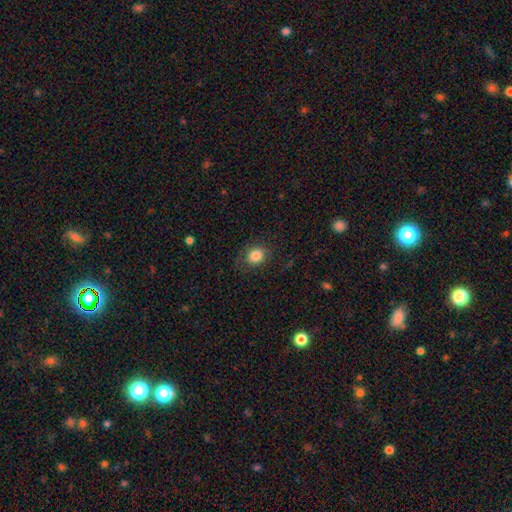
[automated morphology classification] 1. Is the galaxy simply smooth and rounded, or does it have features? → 84% smooth, 10% star or artifact, 6% featured or disk.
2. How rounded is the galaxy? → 61% round, 38% in between, 1% cigar-shaped.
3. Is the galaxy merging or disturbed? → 79% none, 14% minor disturbance, 5% major disturbance, 1% merger.